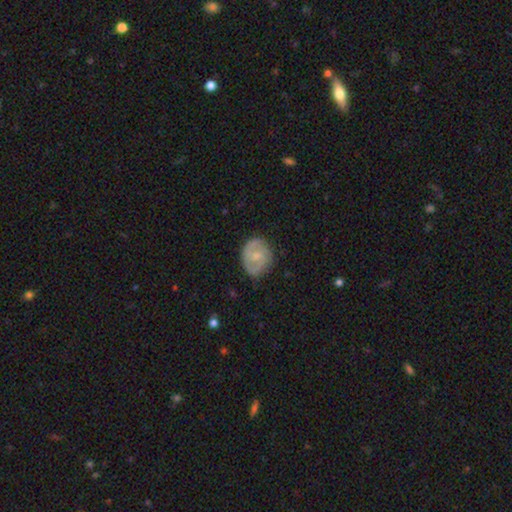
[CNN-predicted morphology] A featured or disk galaxy (64%) with no bar (55%), 2 (73%) medium (43%) spiral arms (87%) and a small central bulge (56%). Merging: none (76%).